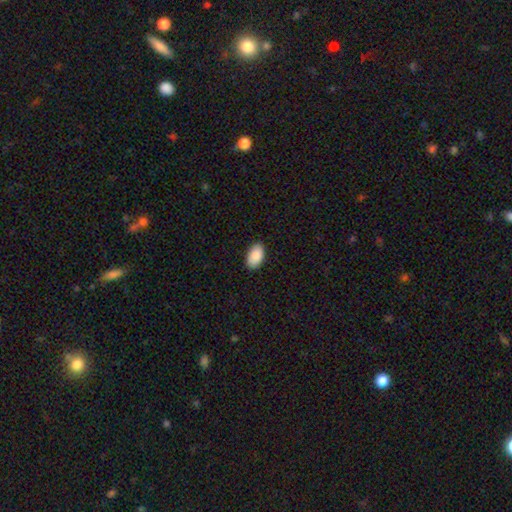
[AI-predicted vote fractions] Smooth or featured: smooth — 90% (star or artifact — 6%)
How rounded: in between — 95% (round — 4%)
Merging: none — 88% (minor disturbance — 9%)